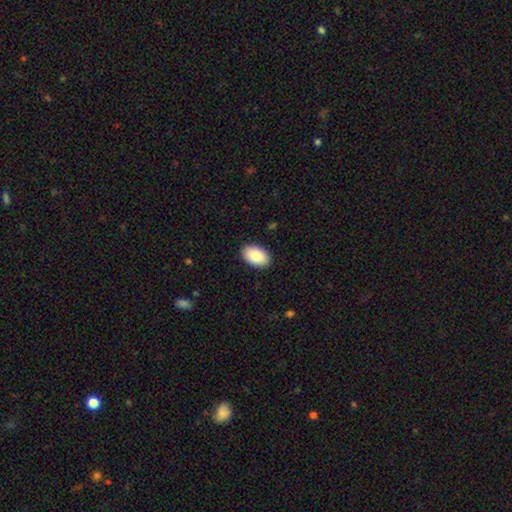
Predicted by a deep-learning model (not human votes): smooth-or-featured: smooth: 84% | featured or disk: 9% | star or artifact: 6%
  how-rounded: in between: 91% | round: 8% | cigar-shaped: 1%
  merging: none: 90% | minor disturbance: 7% | major disturbance: 2% | merger: 1%